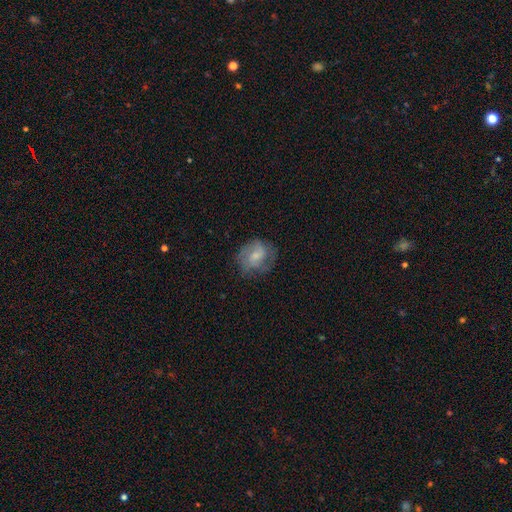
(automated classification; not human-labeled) This appears to be a featured or disk galaxy (52%) with no bar (54%), spiral arms (79%) and a small central bulge (50%). Merging: none (65%).